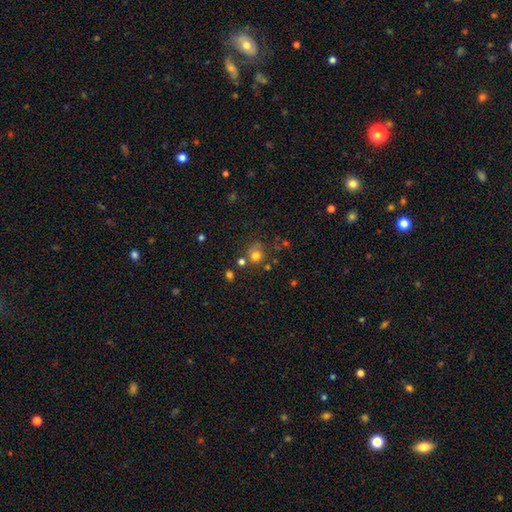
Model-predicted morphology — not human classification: This appears to be a smooth galaxy with no disk features (73%) that is round (84%). Merging: none (59%).